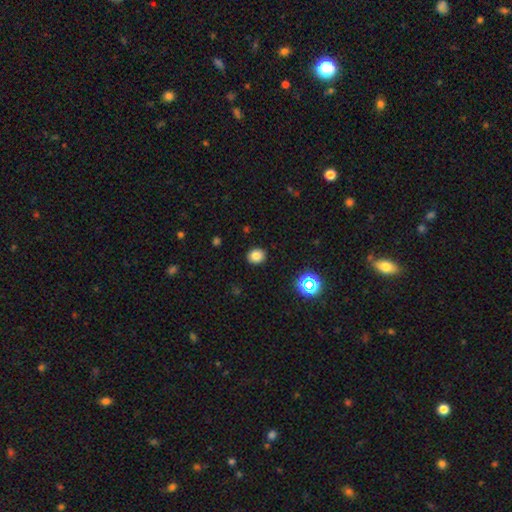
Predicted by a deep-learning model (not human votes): Smooth or featured?
  - smooth: 80% *
  - star or artifact: 14%
  - featured or disk: 6%
How rounded?
  - round: 68% *
  - in between: 31%
  - cigar-shaped: 1%
Merging?
  - none: 90% *
  - minor disturbance: 7%
  - major disturbance: 2%
  - merger: 1%